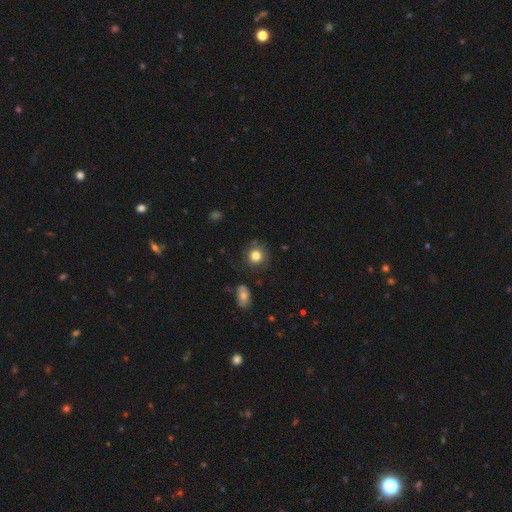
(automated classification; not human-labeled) smooth 81%, star or artifact 10%, featured or disk 10%. Down the decision tree: how rounded — round (84%); merging — none (77%).